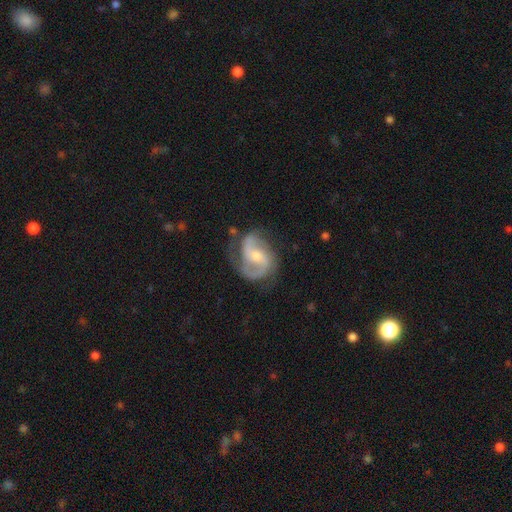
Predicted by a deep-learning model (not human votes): A featured or disk galaxy (87%) with a weak bar (47%), 2 (86%) medium (54%) spiral arms (97%) and a moderate central bulge (49%). Merging: none (66%).